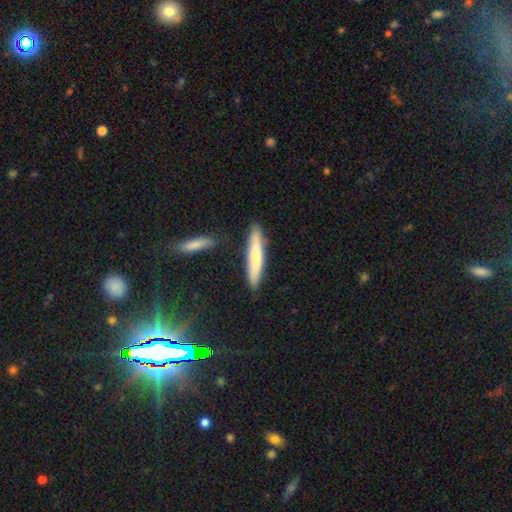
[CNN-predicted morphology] Smooth or featured?
  - smooth: 70% *
  - featured or disk: 25%
  - star or artifact: 5%
How rounded?
  - cigar-shaped: 89% *
  - in between: 9%
  - round: 1%
Merging?
  - none: 82% *
  - minor disturbance: 11%
  - merger: 4%
  - major disturbance: 2%